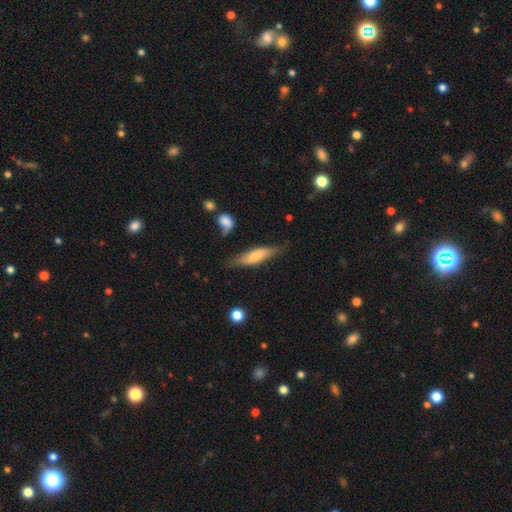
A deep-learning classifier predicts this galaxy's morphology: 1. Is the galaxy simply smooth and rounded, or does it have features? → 63% smooth, 31% featured or disk, 6% star or artifact.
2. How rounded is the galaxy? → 60% cigar-shaped, 38% in between, 2% round.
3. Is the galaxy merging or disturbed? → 70% none, 20% minor disturbance, 6% major disturbance, 4% merger.